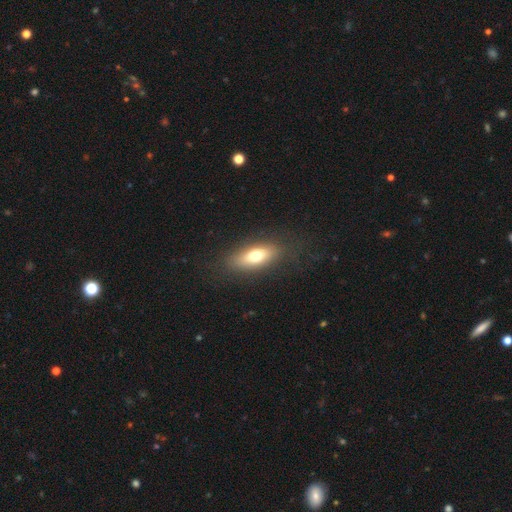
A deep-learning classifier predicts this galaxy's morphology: type=smooth (69%); roundness=in between (73%); merging=none (84%).